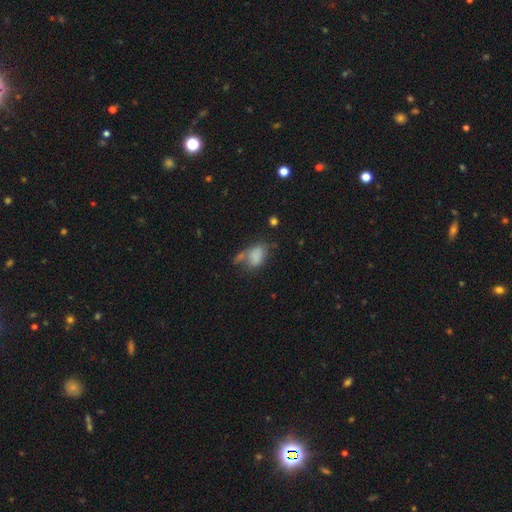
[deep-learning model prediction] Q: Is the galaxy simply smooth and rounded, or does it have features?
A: smooth — 77%.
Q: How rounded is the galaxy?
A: in between — 85%.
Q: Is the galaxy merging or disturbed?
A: none — 35%.